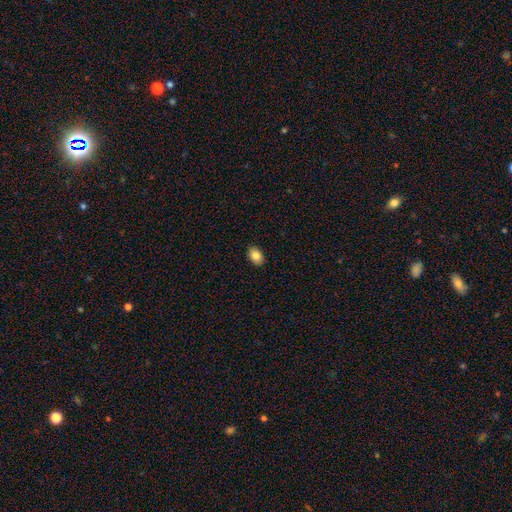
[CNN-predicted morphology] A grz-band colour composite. It shows a smooth galaxy with no disk features (85%) that is in between round and cigar-shaped (80%). Merging: none (89%).